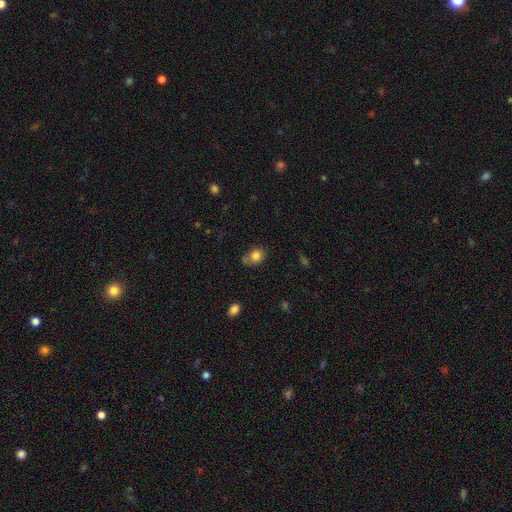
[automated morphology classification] Q: Smooth or featured?
A: smooth (82%); runner-up: star or artifact (10%)
Q: How rounded?
A: round (58%); runner-up: in between (41%)
Q: Merging?
A: none (56%); runner-up: minor disturbance (23%)